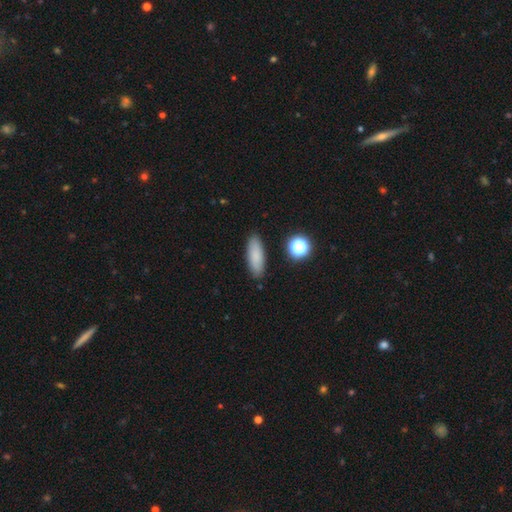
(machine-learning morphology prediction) This appears to be a smooth galaxy with no disk features (83%) that is in between round and cigar-shaped (61%). Merging: none (88%).